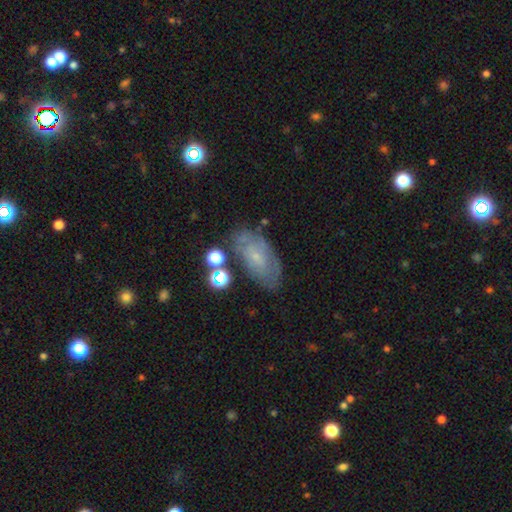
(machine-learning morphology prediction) A featured or disk galaxy (54%). Merging: none (64%).